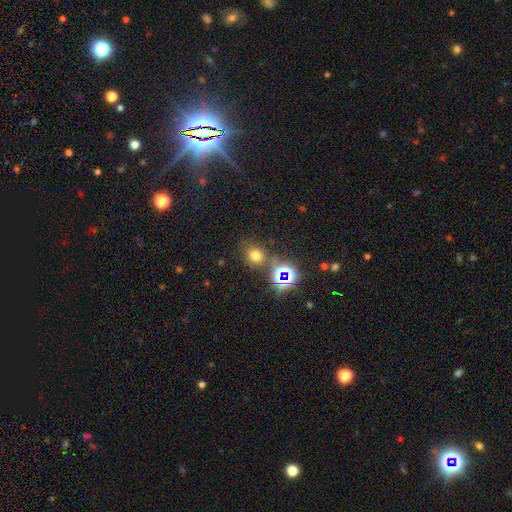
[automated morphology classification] The model was most divided on "smooth or featured": smooth: 64%, star or artifact: 28%, featured or disk: 8%. More confident: merging — none (69%); how rounded — round (69%).